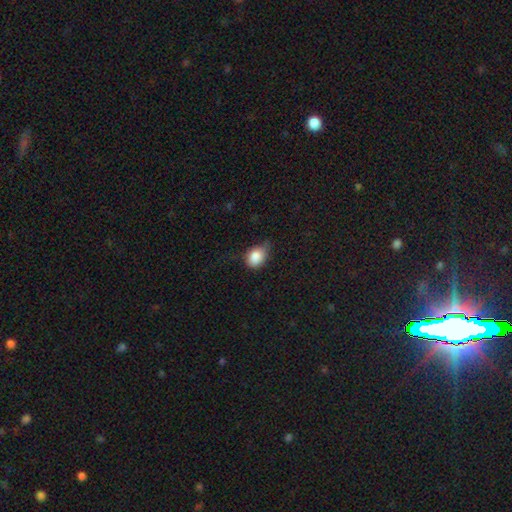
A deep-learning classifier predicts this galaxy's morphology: type=smooth (85%); roundness=in between (63%); merging=none (44%).